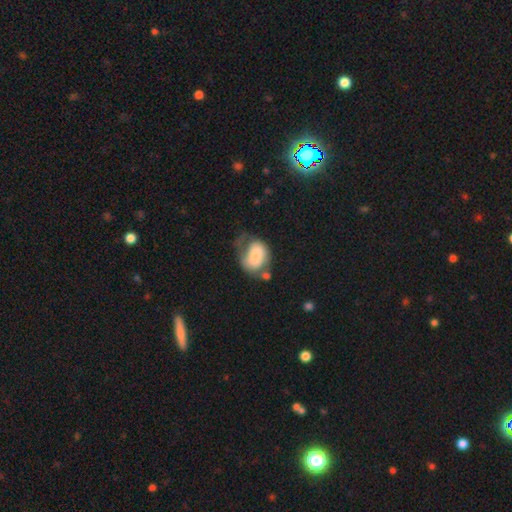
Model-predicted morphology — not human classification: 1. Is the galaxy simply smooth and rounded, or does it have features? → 60% smooth, 33% featured or disk, 7% star or artifact.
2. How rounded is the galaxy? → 64% in between, 35% round, 1% cigar-shaped.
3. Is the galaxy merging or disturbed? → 34% major disturbance, 28% minor disturbance, 22% none, 16% merger.